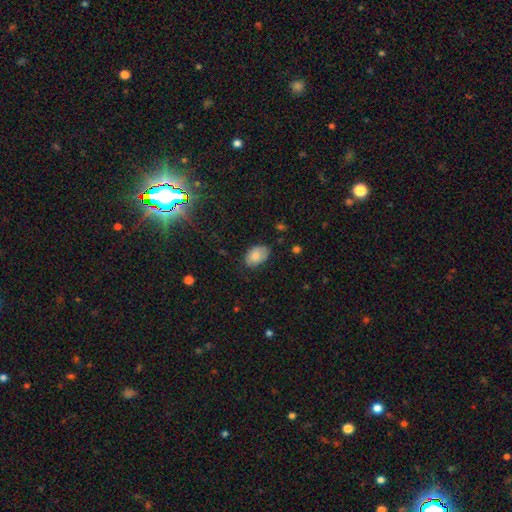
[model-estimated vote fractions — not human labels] Overall: smooth (78%). How rounded: in between (86%). Merging: none (76%).